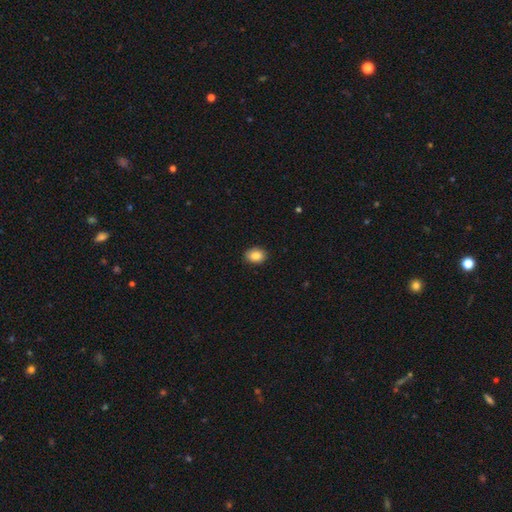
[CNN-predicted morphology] Q: Smooth or featured?
A: smooth (86%); runner-up: star or artifact (8%)
Q: How rounded?
A: in between (64%); runner-up: round (35%)
Q: Merging?
A: none (89%); runner-up: minor disturbance (8%)